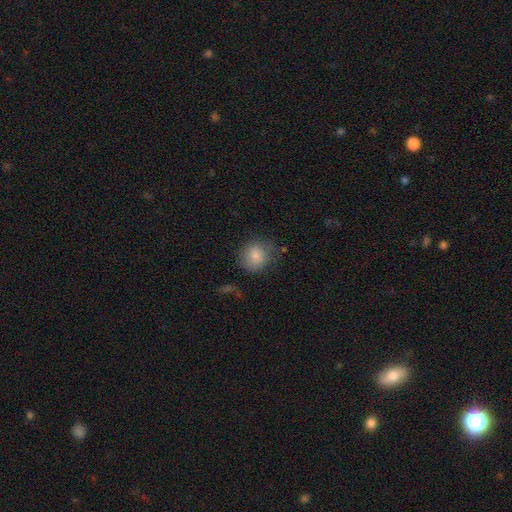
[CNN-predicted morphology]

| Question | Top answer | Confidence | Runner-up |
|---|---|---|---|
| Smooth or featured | smooth | 83% | featured or disk (8%) |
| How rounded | round | 78% | in between (21%) |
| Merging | none | 71% | minor disturbance (20%) |